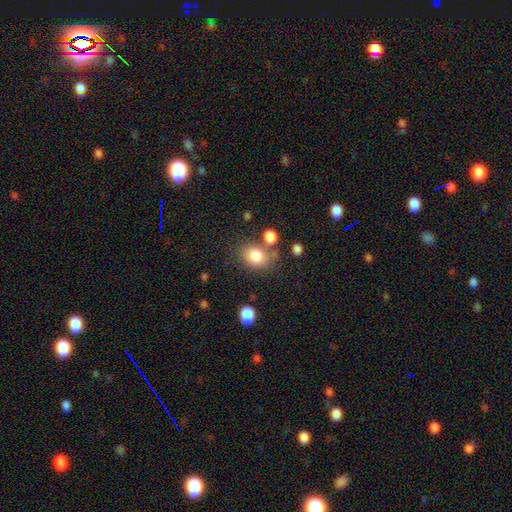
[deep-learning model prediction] Smooth or featured? Predicted: smooth (p=0.82). How rounded? Predicted: in between (p=0.58). Merging? Predicted: none (p=0.62).